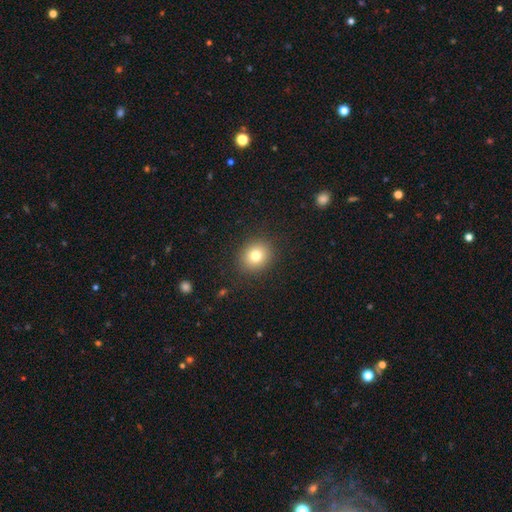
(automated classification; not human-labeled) Smooth or featured? smooth (79%)
How rounded? round (77%)
Merging? none (89%)